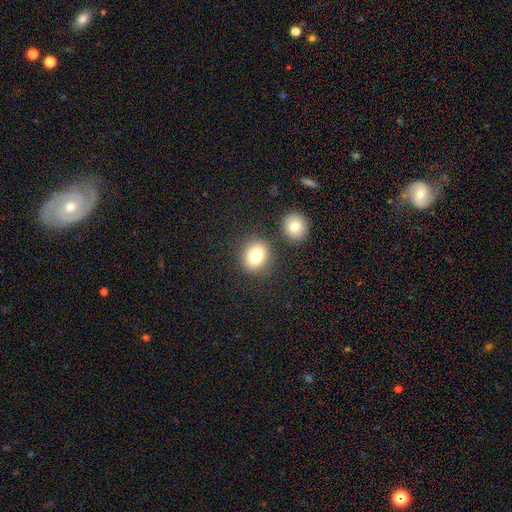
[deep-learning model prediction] Smooth or featured: smooth — 81% (star or artifact — 10%)
How rounded: round — 69% (in between — 30%)
Merging: none — 75% (merger — 12%)